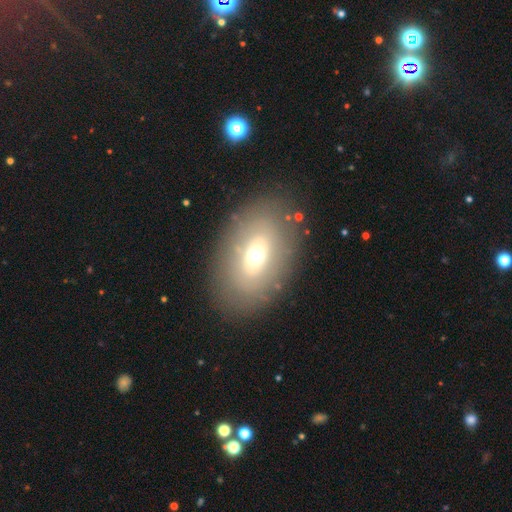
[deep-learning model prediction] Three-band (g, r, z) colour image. It shows a smooth galaxy with no disk features (54%) that is in between round and cigar-shaped (83%). Merging: none (82%).